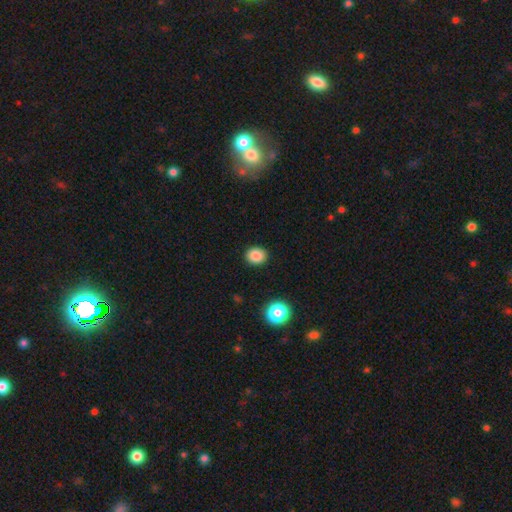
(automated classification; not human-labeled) Smooth or featured? smooth (85%)
How rounded? round (72%)
Merging? none (91%)